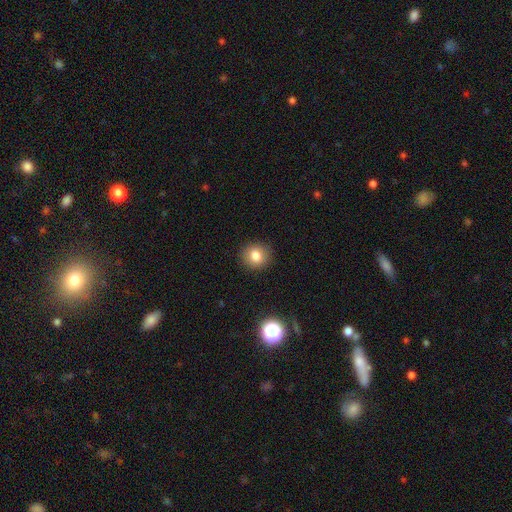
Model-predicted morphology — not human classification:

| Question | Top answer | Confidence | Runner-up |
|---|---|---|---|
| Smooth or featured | smooth | 81% | star or artifact (11%) |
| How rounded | round | 82% | in between (17%) |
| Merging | none | 90% | minor disturbance (7%) |